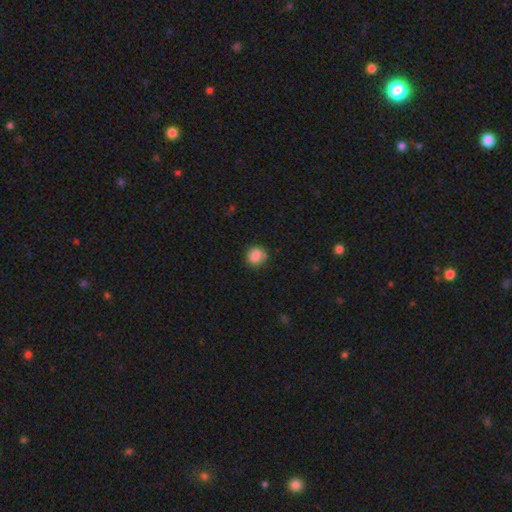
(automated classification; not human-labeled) smooth-or-featured: smooth: 84% | star or artifact: 8% | featured or disk: 8%
  how-rounded: round: 78% | in between: 21% | cigar-shaped: 1%
  merging: none: 74% | minor disturbance: 20% | major disturbance: 5% | merger: 1%